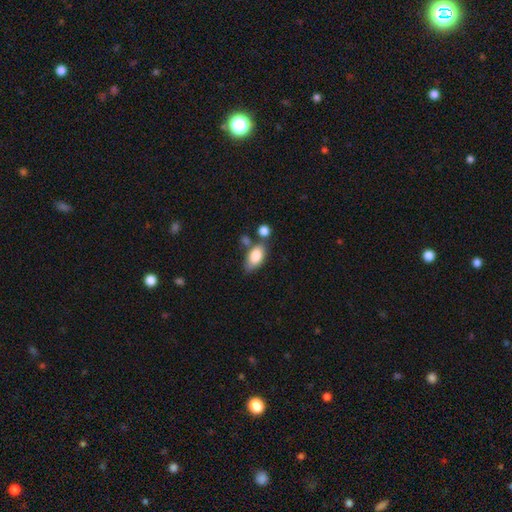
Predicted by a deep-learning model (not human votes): The model was most divided on "merging": none: 57%, merger: 19%, minor disturbance: 18%, major disturbance: 5%. More confident: how rounded — in between (89%); smooth or featured — smooth (81%).